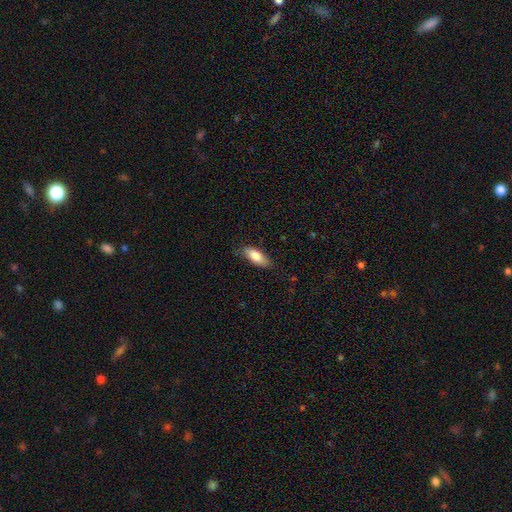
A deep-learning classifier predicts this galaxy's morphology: This is likely a smooth galaxy (80%). How rounded: likely in between (76%). Merging: likely none (80%).